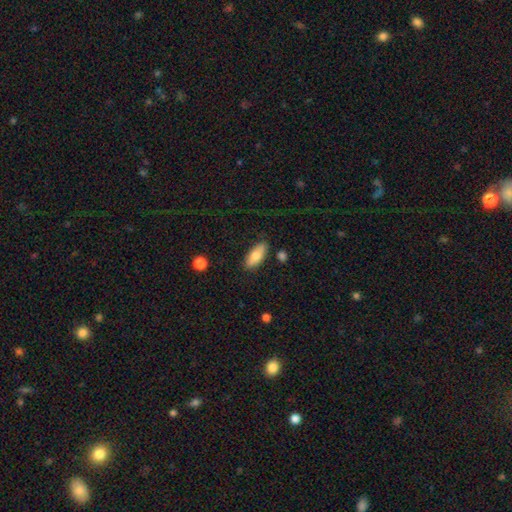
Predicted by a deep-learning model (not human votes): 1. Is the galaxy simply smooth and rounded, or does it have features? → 75% smooth, 19% featured or disk, 6% star or artifact.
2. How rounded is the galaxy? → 77% in between, 20% cigar-shaped, 3% round.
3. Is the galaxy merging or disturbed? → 84% none, 12% minor disturbance, 2% merger, 2% major disturbance.